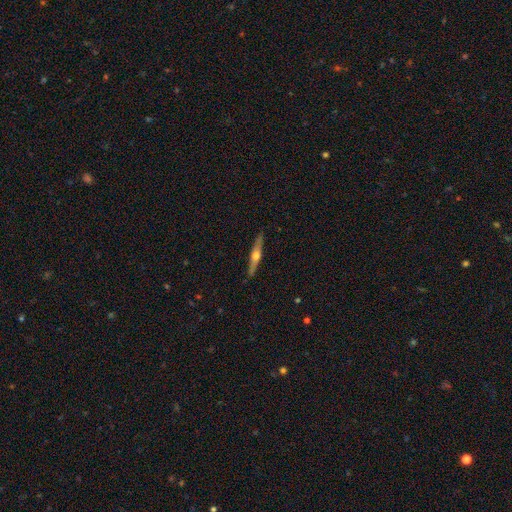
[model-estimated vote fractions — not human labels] Smooth or featured?
  - featured or disk: 67% *
  - smooth: 28%
  - star or artifact: 6%
Edge-on disk?
  - yes: 97% *
  - no: 3%
Edge-on bulge?
  - rounded: 93% *
  - none: 5%
  - boxy: 3%
Merging?
  - none: 90% *
  - minor disturbance: 7%
  - major disturbance: 1%
  - merger: 1%